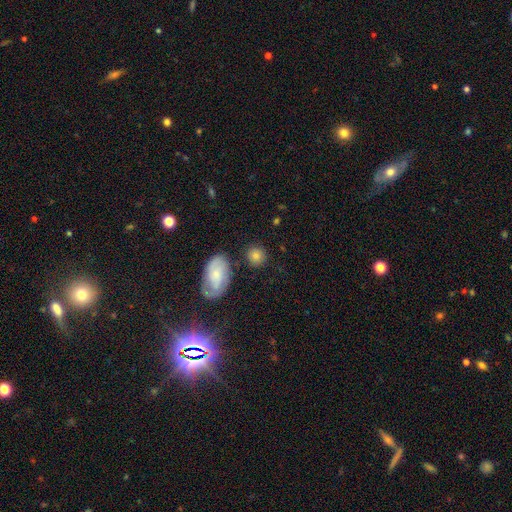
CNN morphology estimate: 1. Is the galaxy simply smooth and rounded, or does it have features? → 79% smooth, 12% featured or disk, 9% star or artifact.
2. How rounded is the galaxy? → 81% round, 17% in between, 1% cigar-shaped.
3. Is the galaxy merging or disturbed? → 79% none, 11% minor disturbance, 7% merger, 4% major disturbance.